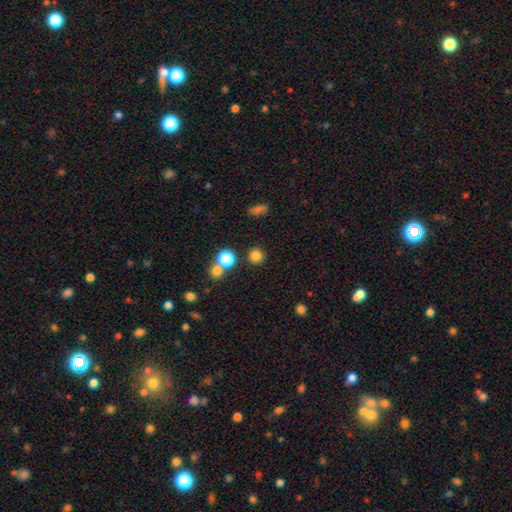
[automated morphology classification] Smooth or featured? Predicted: smooth (p=0.80). How rounded? Predicted: round (p=0.92). Merging? Predicted: none (p=0.84).